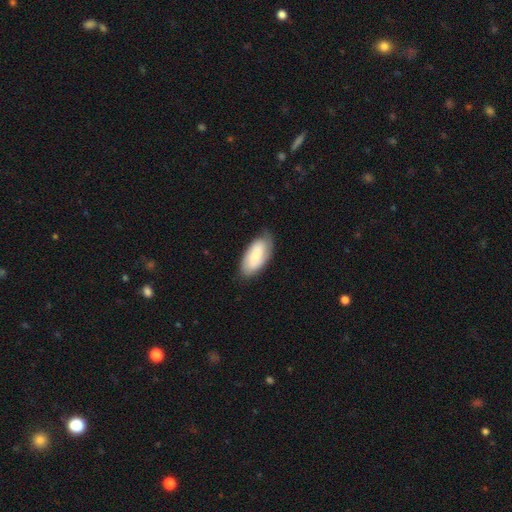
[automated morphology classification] Smooth or featured: smooth — 71% (featured or disk — 23%)
How rounded: in between — 92% (cigar-shaped — 7%)
Merging: none — 74% (minor disturbance — 20%)